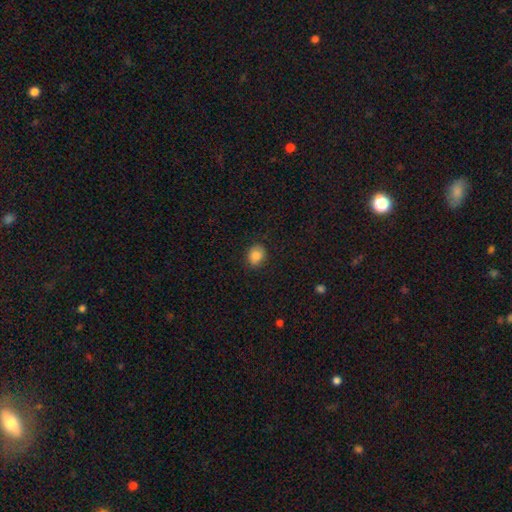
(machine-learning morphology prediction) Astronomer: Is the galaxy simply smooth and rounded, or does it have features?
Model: smooth — 86%.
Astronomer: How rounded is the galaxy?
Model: in between — 50% (runner-up: round, 49%).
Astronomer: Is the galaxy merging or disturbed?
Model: none — 84%.